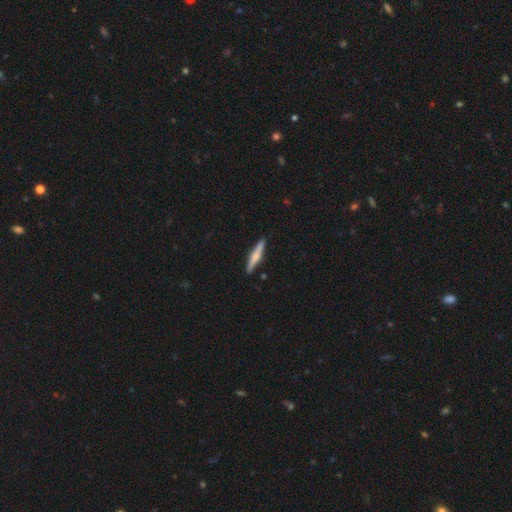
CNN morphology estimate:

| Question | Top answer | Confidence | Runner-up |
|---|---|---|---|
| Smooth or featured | smooth | 51% | featured or disk (44%) |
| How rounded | cigar-shaped | 91% | in between (7%) |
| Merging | none | 89% | minor disturbance (8%) |